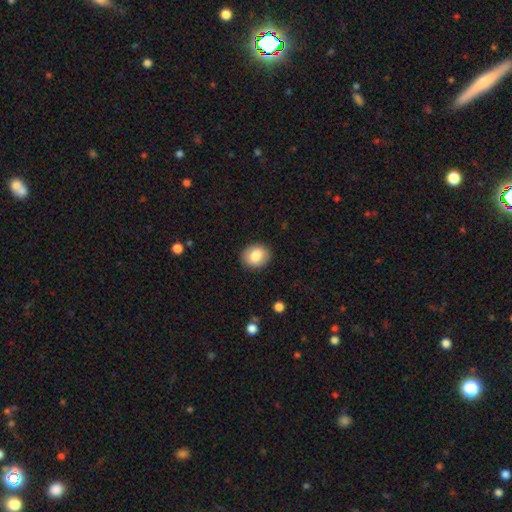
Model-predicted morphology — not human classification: smooth 81%, featured or disk 11%, star or artifact 8%. Down the decision tree: how rounded — round (59%); merging — none (88%).